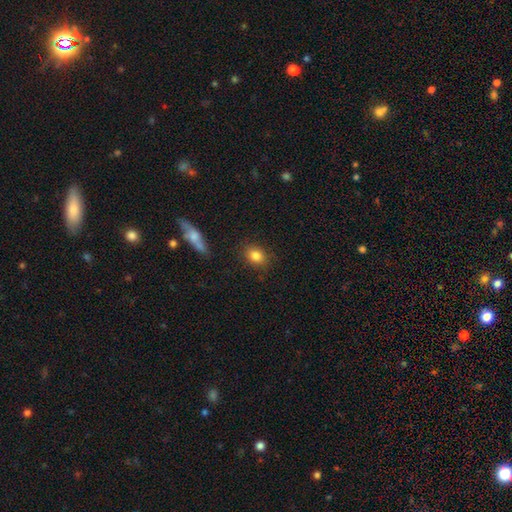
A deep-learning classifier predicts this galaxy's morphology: Q: Smooth or featured?
A: smooth (84%); runner-up: star or artifact (9%)
Q: How rounded?
A: round (49%); tied with: in between (49%)
Q: Merging?
A: none (84%); runner-up: minor disturbance (11%)